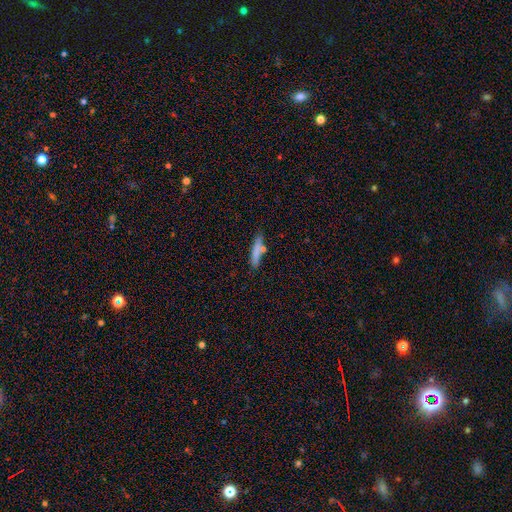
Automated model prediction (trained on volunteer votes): Overall: smooth (62%; featured or disk 23%). How rounded: cigar-shaped (87%). Merging: none (80%).